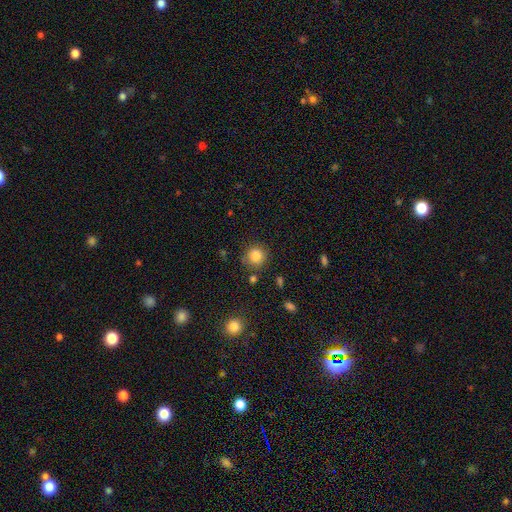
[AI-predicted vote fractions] Q: Smooth or featured?
A: smooth (84%); runner-up: star or artifact (10%)
Q: How rounded?
A: round (90%); runner-up: in between (9%)
Q: Merging?
A: none (81%); runner-up: minor disturbance (11%)